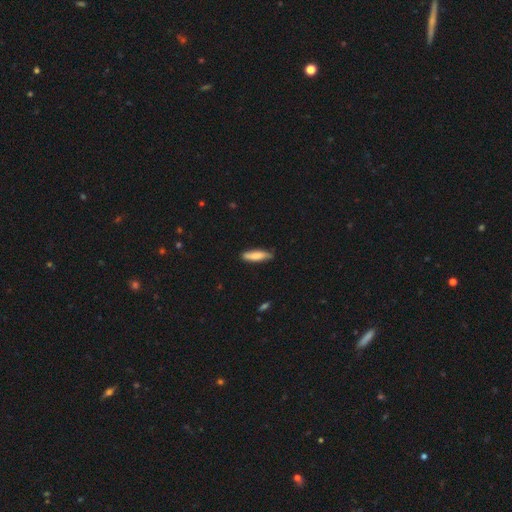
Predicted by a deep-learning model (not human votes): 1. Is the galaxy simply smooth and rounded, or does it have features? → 76% smooth, 18% featured or disk, 6% star or artifact.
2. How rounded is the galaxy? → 69% cigar-shaped, 29% in between, 1% round.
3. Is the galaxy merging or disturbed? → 80% none, 16% minor disturbance, 2% major disturbance, 1% merger.